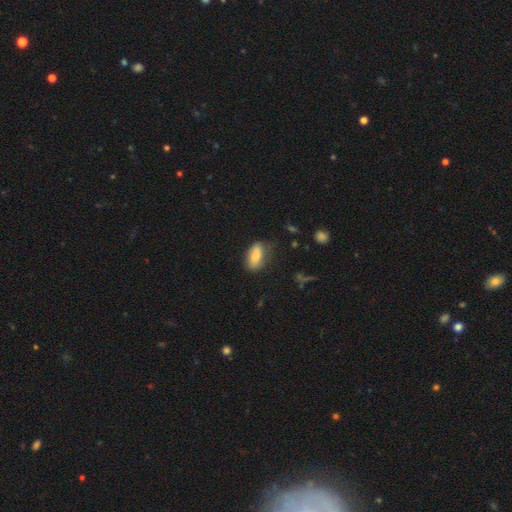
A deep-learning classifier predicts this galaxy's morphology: The model was most divided on "merging": none: 67%, minor disturbance: 24%, major disturbance: 6%, merger: 2%. More confident: how rounded — in between (83%); smooth or featured — smooth (82%).